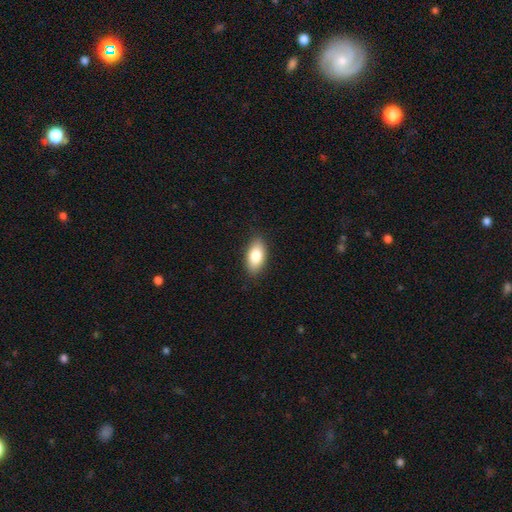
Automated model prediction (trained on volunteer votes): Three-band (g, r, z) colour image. It shows a smooth galaxy with no disk features (82%) that is in between round and cigar-shaped (91%). Merging: none (87%).